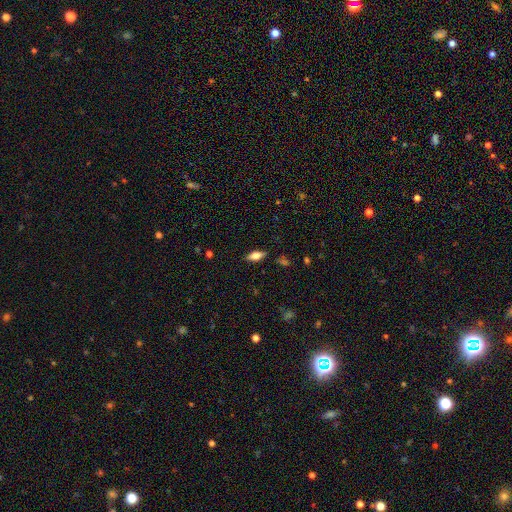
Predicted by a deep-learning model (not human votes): smooth-or-featured: smooth: 64% | featured or disk: 28% | star or artifact: 8%
  how-rounded: in between: 76% | cigar-shaped: 21% | round: 3%
  merging: none: 86% | minor disturbance: 10% | major disturbance: 2% | merger: 1%